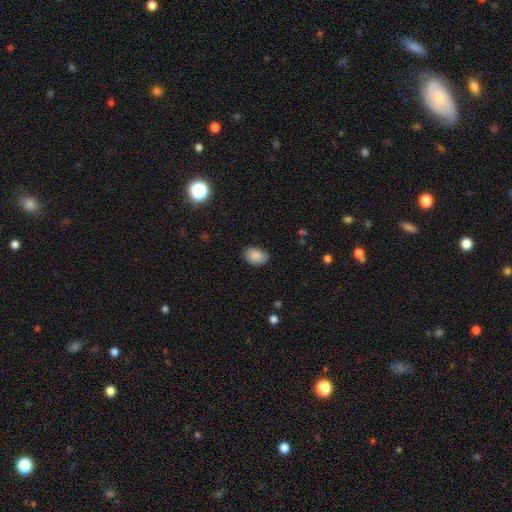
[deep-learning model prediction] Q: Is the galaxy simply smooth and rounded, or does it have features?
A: smooth — 88%.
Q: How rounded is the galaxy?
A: in between — 83%.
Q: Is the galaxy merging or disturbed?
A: none — 82%.